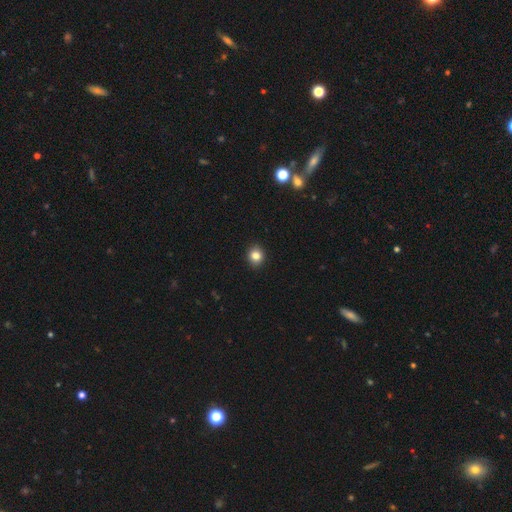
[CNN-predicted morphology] Smooth or featured: smooth — 83% (star or artifact — 11%)
How rounded: round — 76% (in between — 23%)
Merging: none — 92% (minor disturbance — 6%)